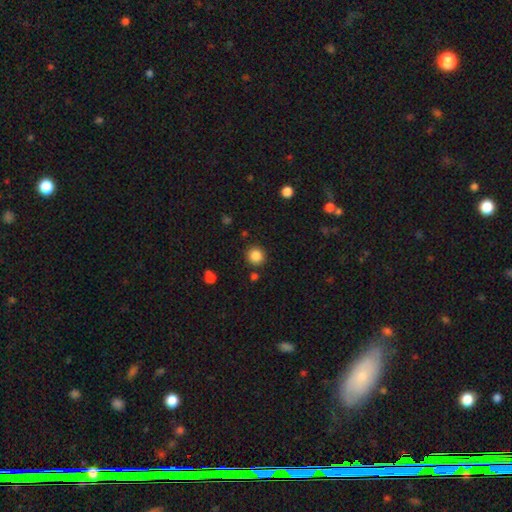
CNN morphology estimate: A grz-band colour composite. It shows a smooth galaxy with no disk features (86%) that is round (92%). Merging: none (88%).